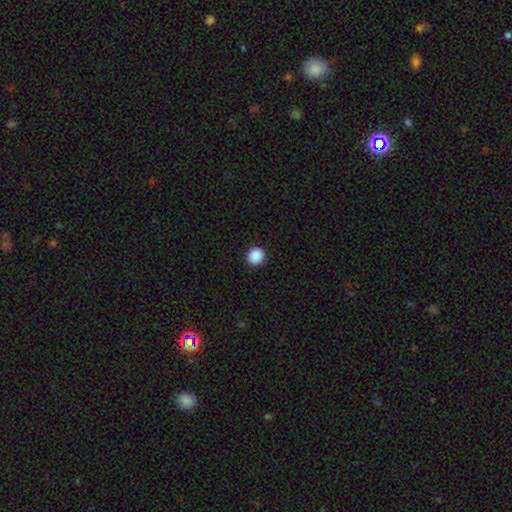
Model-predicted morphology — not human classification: Smooth or featured: smooth — 89% (star or artifact — 9%)
How rounded: round — 92% (in between — 7%)
Merging: none — 93% (minor disturbance — 5%)